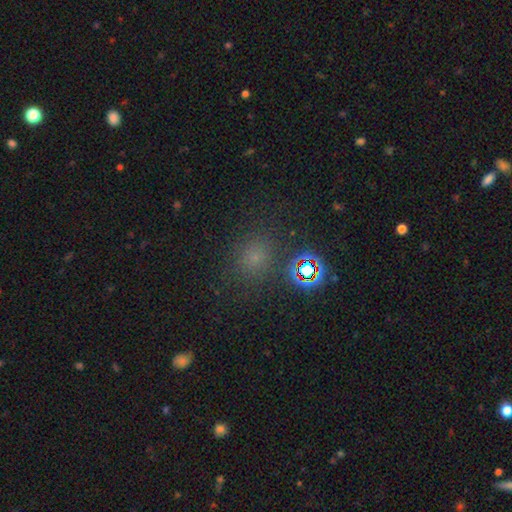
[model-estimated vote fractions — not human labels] Smooth or featured: smooth — 55% (star or artifact — 36%)
How rounded: round — 75% (in between — 24%)
Merging: none — 77% (minor disturbance — 12%)